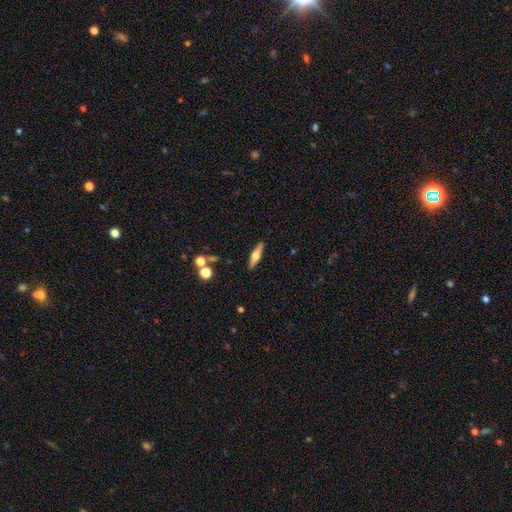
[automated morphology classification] Smooth or featured? featured or disk (56%)
Edge-on disk? yes (93%)
Edge-on bulge? rounded (94%)
Merging? none (88%)